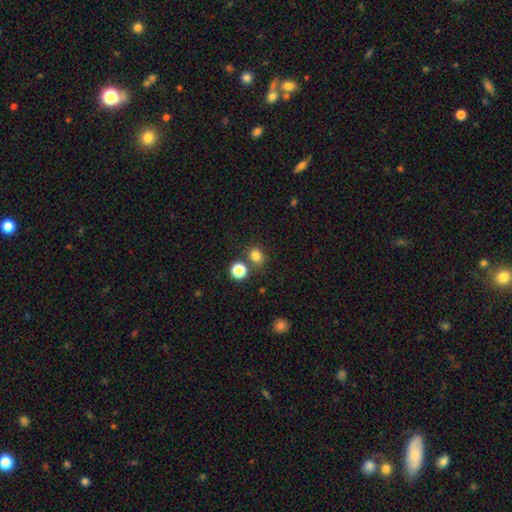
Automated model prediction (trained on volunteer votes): This appears to be a smooth galaxy with no disk features (79%) that is round (66%). Merging: none (75%).